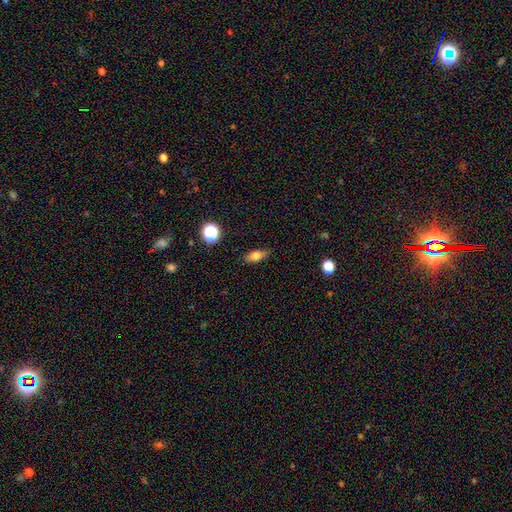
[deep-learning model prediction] smooth_or_featured: smooth (p=0.76) [alt: featured or disk p=0.13]
how_rounded: in between (p=0.75) [alt: cigar-shaped p=0.18]
merging: none (p=0.82) [alt: minor disturbance p=0.13]